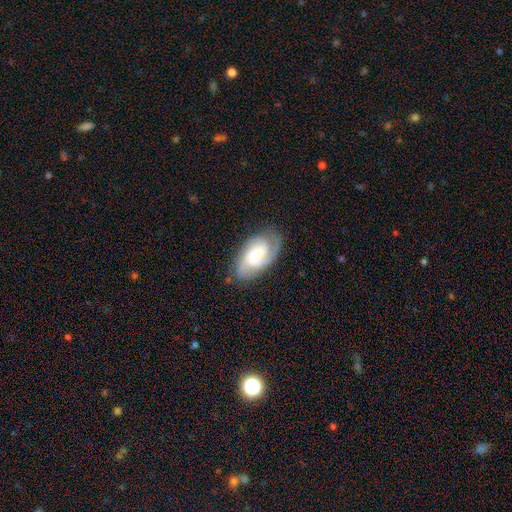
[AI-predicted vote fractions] This appears to be a featured or disk galaxy (78%) with no bar (58%), 2 (42%) tight (50%) spiral arms (96%) and a small central bulge (40%). Merging: none (75%).